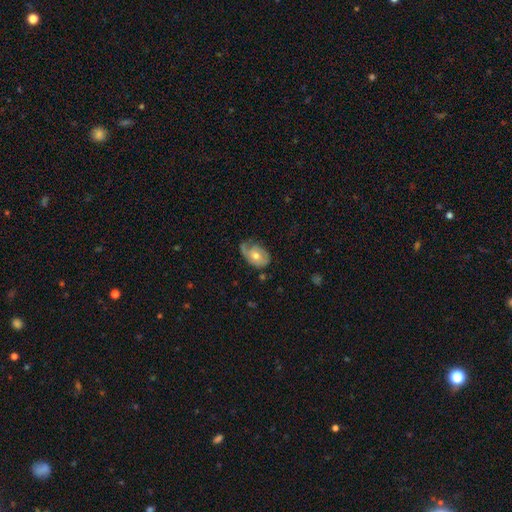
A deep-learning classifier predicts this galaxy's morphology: Q: Smooth or featured?
A: featured or disk (59%); runner-up: smooth (35%)
Q: Edge-on disk?
A: no (95%); runner-up: yes (5%)
Q: Bar?
A: no (76%); runner-up: weak (20%)
Q: Spiral arms?
A: yes (78%); runner-up: no (22%)
Q: Bulge size?
A: moderate (65%); runner-up: small (27%)
Q: Merging?
A: none (47%); runner-up: minor disturbance (33%)